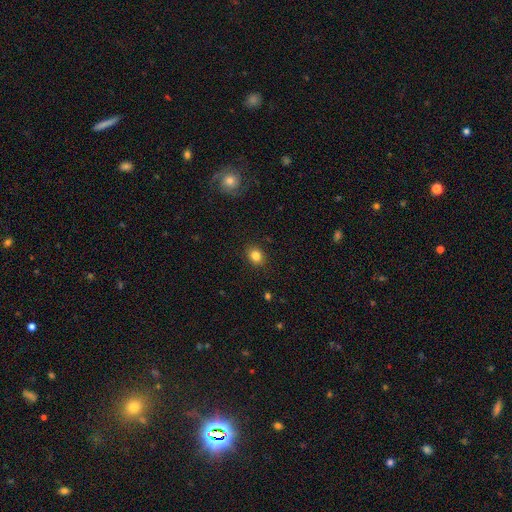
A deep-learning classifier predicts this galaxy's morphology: smooth 83%, star or artifact 11%, featured or disk 6%. Down the decision tree: how rounded — round (57%); merging — none (88%).